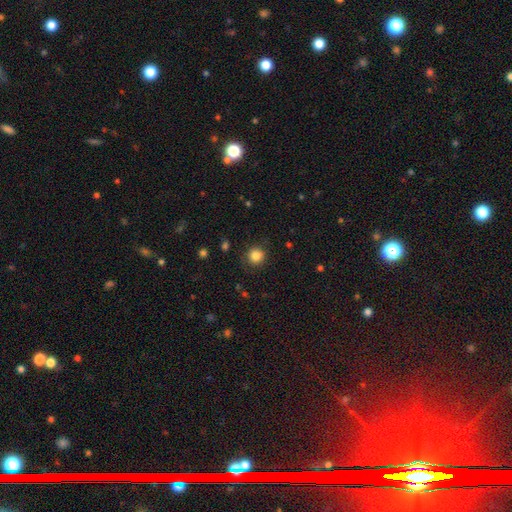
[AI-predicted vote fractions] Smooth or featured?
  - smooth: 83% *
  - star or artifact: 11%
  - featured or disk: 5%
How rounded?
  - round: 91% *
  - in between: 8%
  - cigar-shaped: 1%
Merging?
  - none: 85% *
  - minor disturbance: 10%
  - major disturbance: 3%
  - merger: 1%